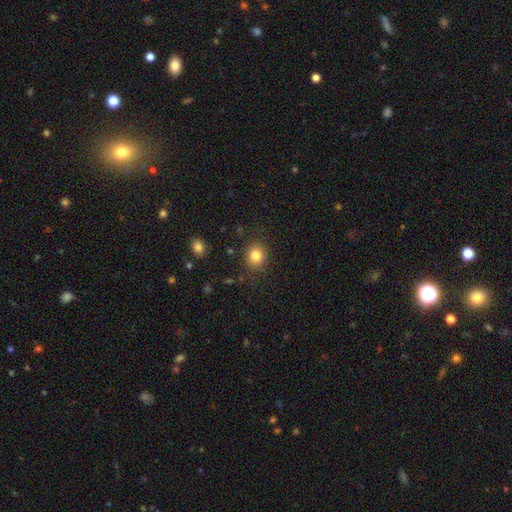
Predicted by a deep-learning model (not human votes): Smooth or featured? smooth (82%)
How rounded? round (72%)
Merging? none (86%)